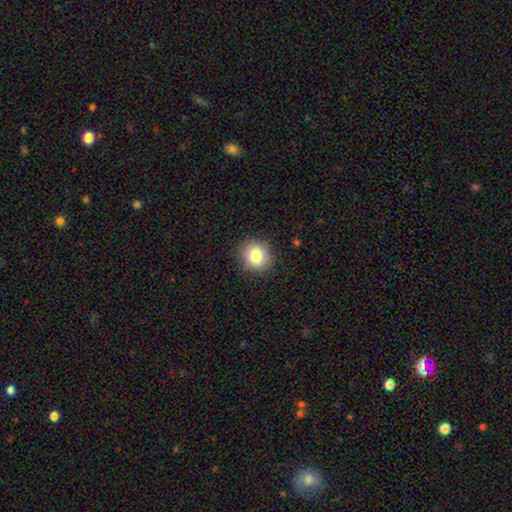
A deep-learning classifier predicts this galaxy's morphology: smooth 81%, star or artifact 10%, featured or disk 9%. Down the decision tree: how rounded — round (81%); merging — none (89%).